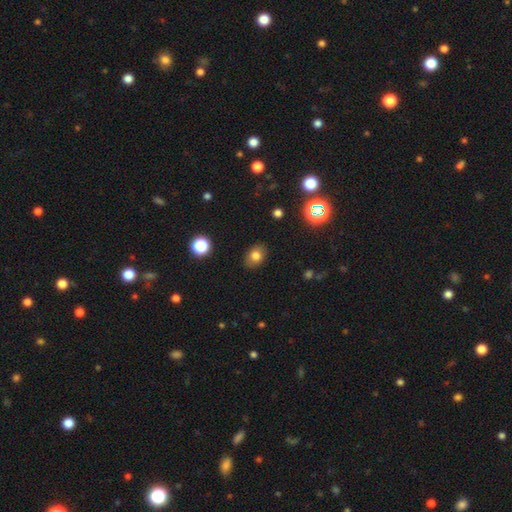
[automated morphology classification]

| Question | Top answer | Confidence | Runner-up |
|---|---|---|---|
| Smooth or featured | smooth | 78% | star or artifact (12%) |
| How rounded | in between | 66% | round (33%) |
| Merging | none | 86% | minor disturbance (10%) |